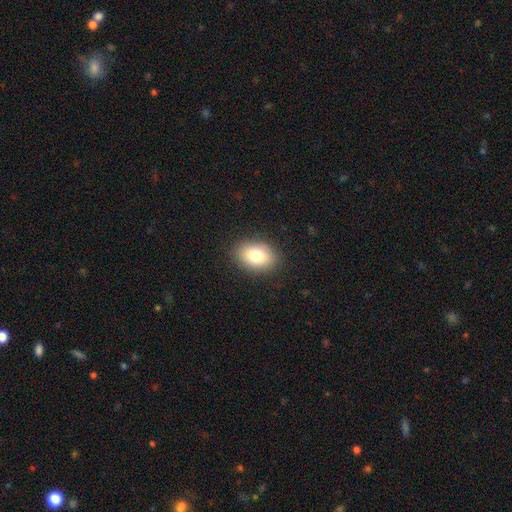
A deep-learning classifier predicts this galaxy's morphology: The model was most divided on "how rounded": in between: 81%, round: 17%, cigar-shaped: 1%. More confident: merging — none (88%); smooth or featured — smooth (81%).